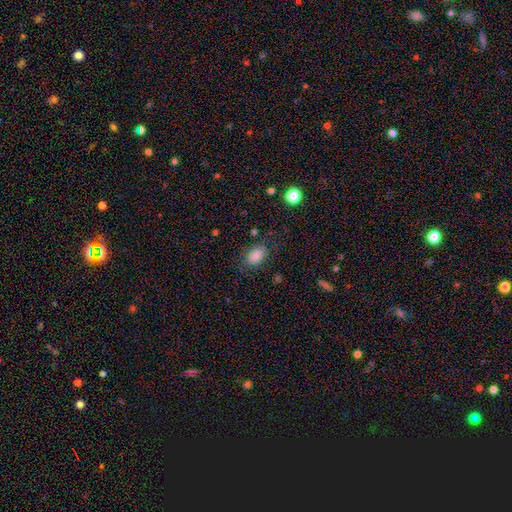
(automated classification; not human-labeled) Overall: smooth (85%). How rounded: in between (88%). Merging: none (77%).